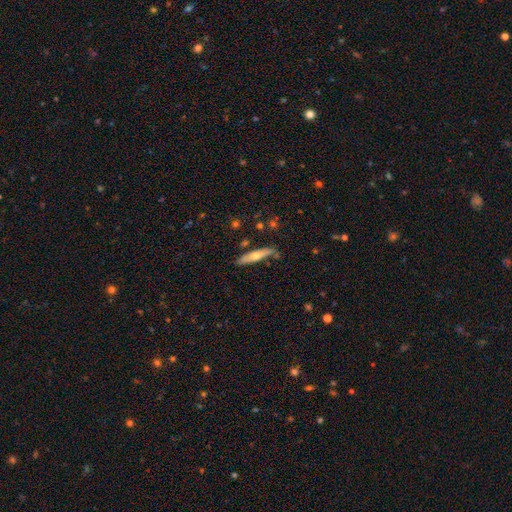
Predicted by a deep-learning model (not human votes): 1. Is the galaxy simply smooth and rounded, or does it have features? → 54% smooth, 40% featured or disk, 6% star or artifact.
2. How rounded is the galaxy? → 85% cigar-shaped, 13% in between, 2% round.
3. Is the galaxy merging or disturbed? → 80% none, 13% minor disturbance, 4% merger, 2% major disturbance.